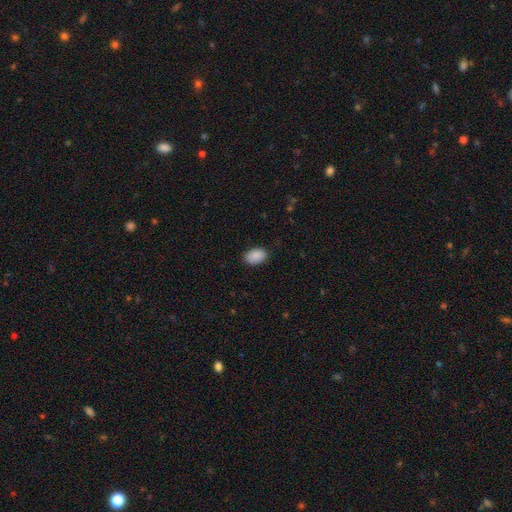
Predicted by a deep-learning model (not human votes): smooth_or_featured: smooth (p=0.90) [alt: star or artifact p=0.07]
how_rounded: in between (p=0.89) [alt: round p=0.10]
merging: none (p=0.87) [alt: minor disturbance p=0.10]